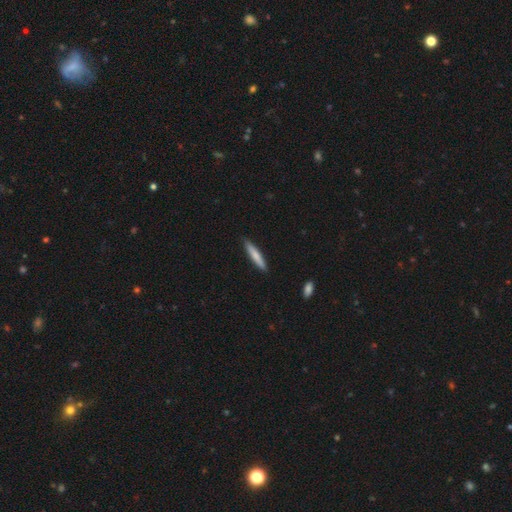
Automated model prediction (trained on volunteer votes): This appears to be a smooth galaxy with no disk features (74%) that is cigar-shaped (91%). Merging: none (90%).